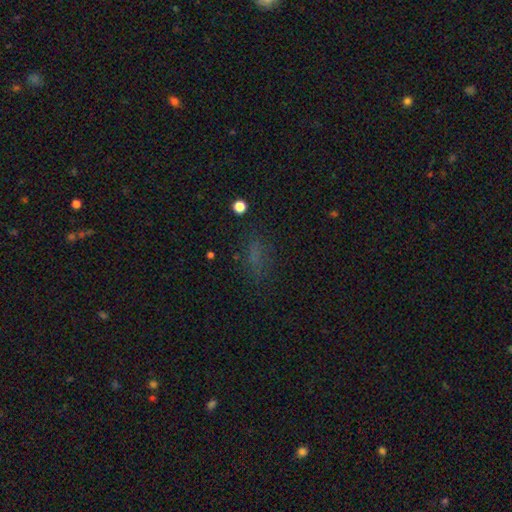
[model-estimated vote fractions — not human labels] A smooth galaxy with no disk features (58%) that is in between round and cigar-shaped (67%). Merging: none (70%).